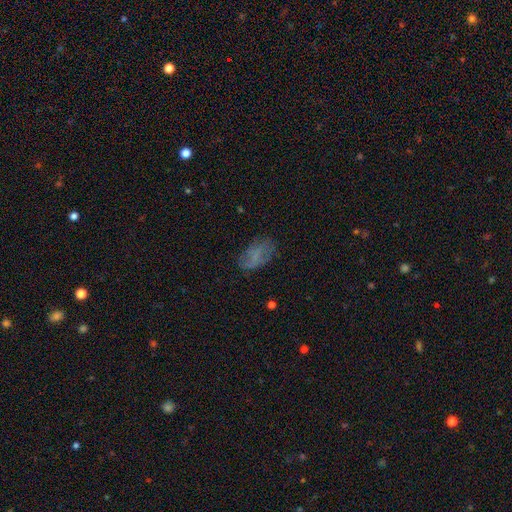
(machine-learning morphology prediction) Q: Smooth or featured?
A: smooth (57%); runner-up: featured or disk (31%)
Q: How rounded?
A: in between (91%); runner-up: round (5%)
Q: Merging?
A: none (63%); runner-up: minor disturbance (23%)